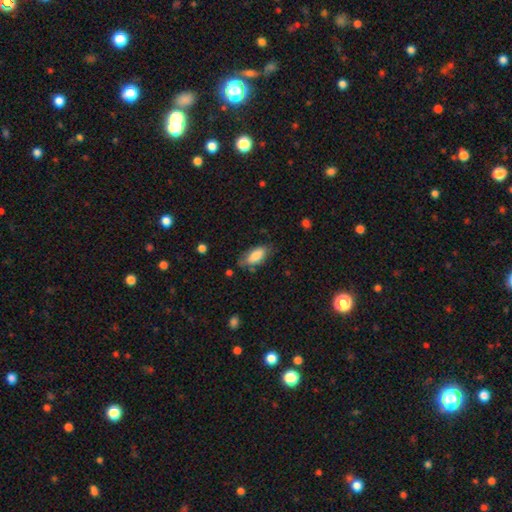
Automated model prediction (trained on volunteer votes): Morphology: type=smooth (79%); roundness=in between (86%); merging=none (67%).